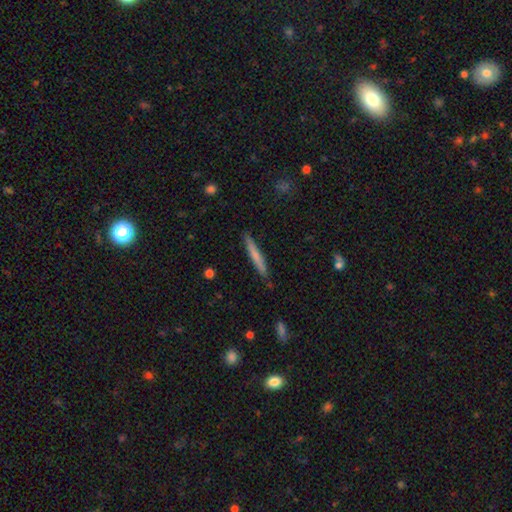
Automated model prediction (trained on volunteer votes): Overall: smooth (64%; featured or disk 30%). How rounded: cigar-shaped (96%). Merging: none (88%).